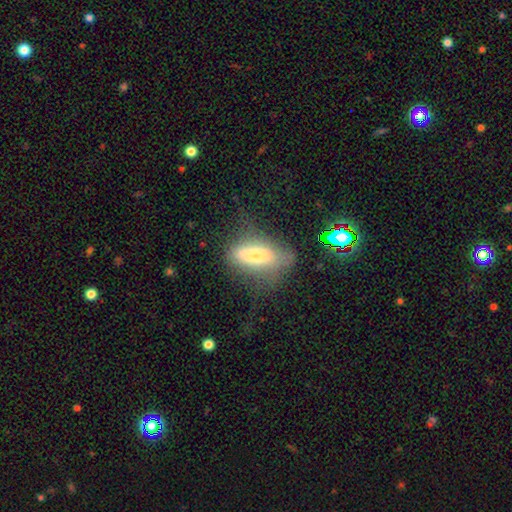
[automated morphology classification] smooth 57%, featured or disk 32%, star or artifact 10%. Down the decision tree: how rounded — in between (70%); merging — none (47%).